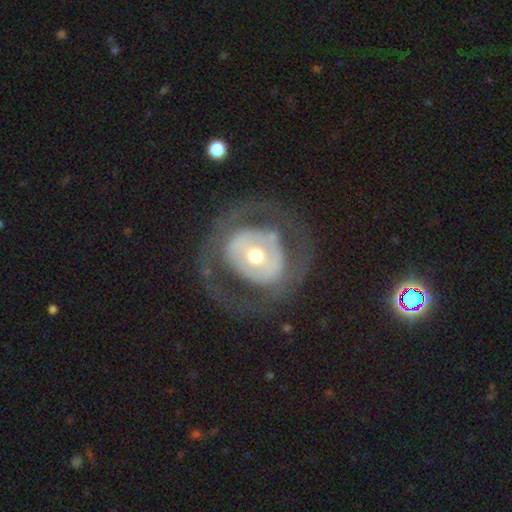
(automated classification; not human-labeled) Overall: featured or disk (66%; smooth 28%). Edge-on disk: no (95%). Bar: no (66%). Spiral arms: no (74%). Bulge size: moderate (67%). Merging: none (69%).